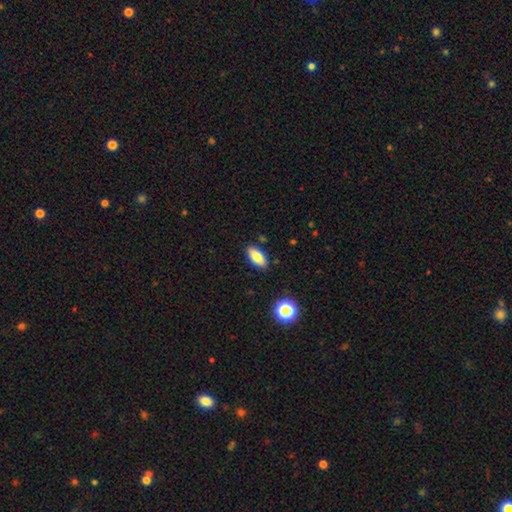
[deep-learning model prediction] Q: Smooth or featured?
A: smooth (82%); runner-up: featured or disk (10%)
Q: How rounded?
A: in between (86%); runner-up: cigar-shaped (11%)
Q: Merging?
A: none (88%); runner-up: minor disturbance (9%)